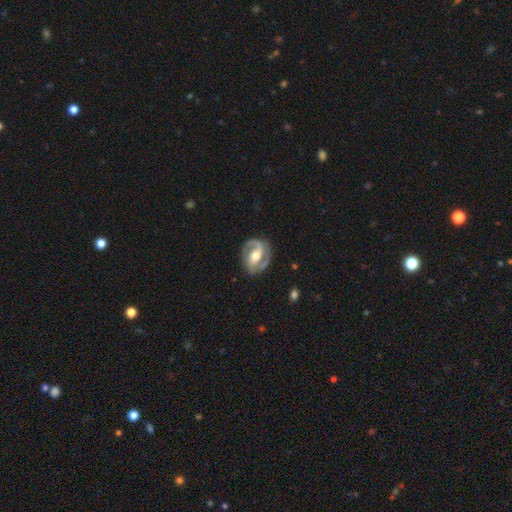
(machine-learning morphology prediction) The model was most divided on "bar": weak: 39%, strong: 36%, no: 25%. More confident: edge-on disk — no (97%); spiral arms — yes (95%); spiral arm count — 2 (87%); smooth or featured — featured or disk (87%); merging — none (80%); bulge size — moderate (71%); spiral winding — medium (51%).